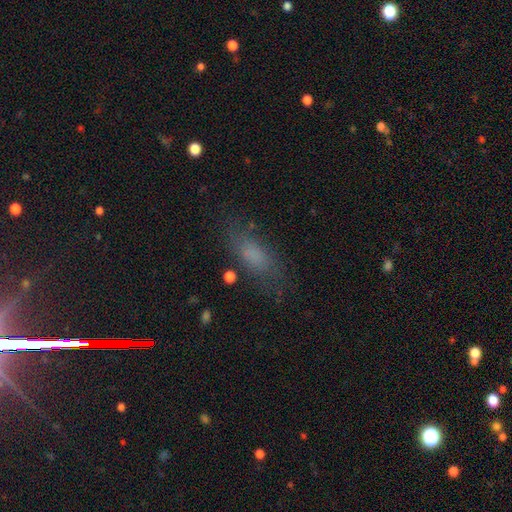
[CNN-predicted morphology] A smooth galaxy with no disk features (67%) that is in between round and cigar-shaped (71%). Merging: none (71%).